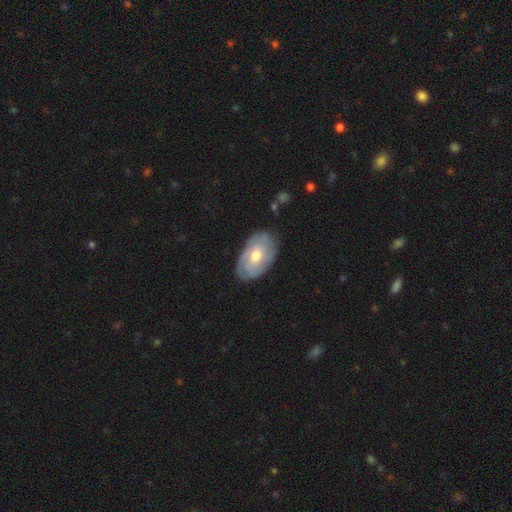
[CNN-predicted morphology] This is possibly a featured or disk galaxy (59%). It is clearly not viewed edge-on (94%). Bar: likely no (73%). Spiral arm pattern: likely yes (73%). Central bulge: likely moderate (72%). Merging: likely none (79%).